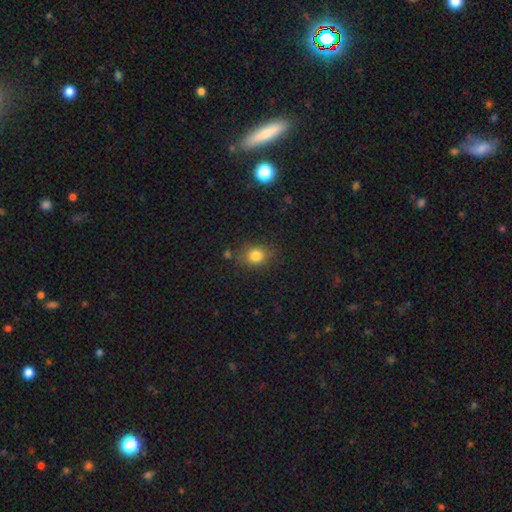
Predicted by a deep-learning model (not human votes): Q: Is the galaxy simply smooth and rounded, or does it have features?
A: smooth — 80%.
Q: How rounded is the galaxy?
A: round — 61%.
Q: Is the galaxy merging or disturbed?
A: none — 78%.